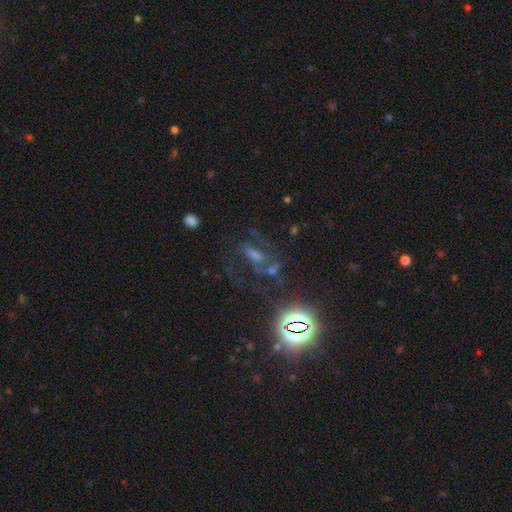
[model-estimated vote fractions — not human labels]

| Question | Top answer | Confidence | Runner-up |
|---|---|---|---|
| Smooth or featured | featured or disk | 40% | star or artifact (38%) |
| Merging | none | 53% | major disturbance (22%) |